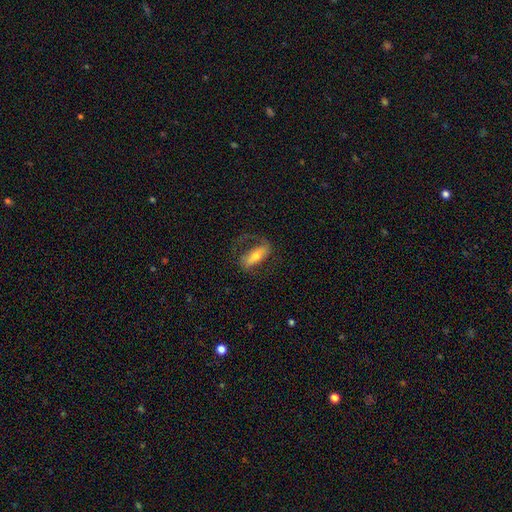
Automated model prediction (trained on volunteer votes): Smooth or featured: featured or disk — 57% (smooth — 35%)
Edge-on disk: no — 79% (yes — 21%)
Merging: none — 54% (major disturbance — 26%)